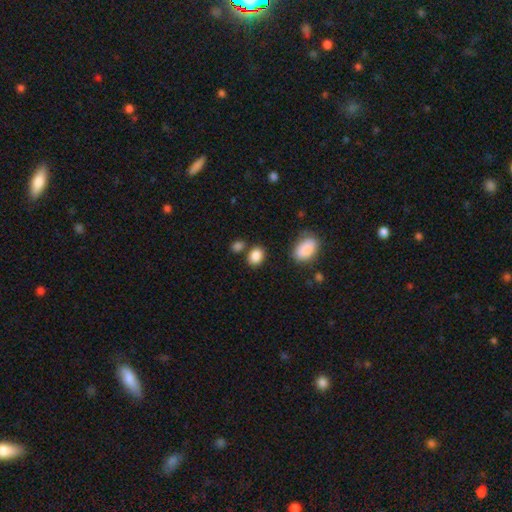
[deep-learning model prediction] A smooth galaxy with no disk features (87%) that is in between round and cigar-shaped (68%).

Vote fractions:
- Smooth or featured? smooth: 87% / star or artifact: 9% / featured or disk: 4%
- How rounded? in between: 68% / round: 31% / cigar-shaped: 1%
- Merging? none: 74% / minor disturbance: 13% / merger: 9% / major disturbance: 4%